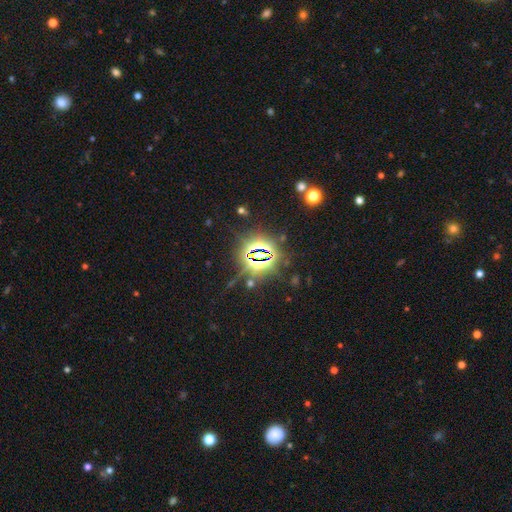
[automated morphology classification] A star or artifact, not a galaxy (82%).